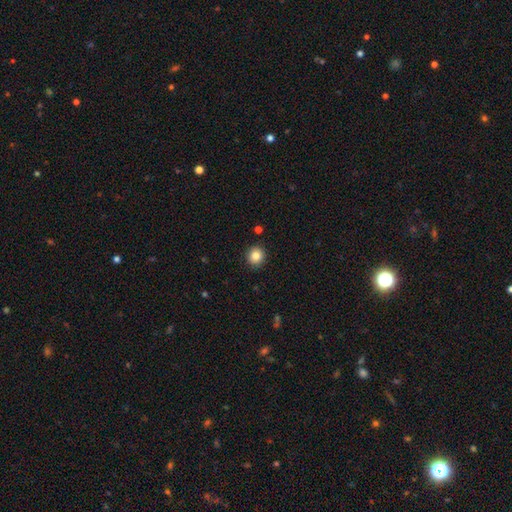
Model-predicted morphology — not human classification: This is clearly a smooth galaxy (83%). How rounded: clearly round (91%). Merging: clearly none (91%).